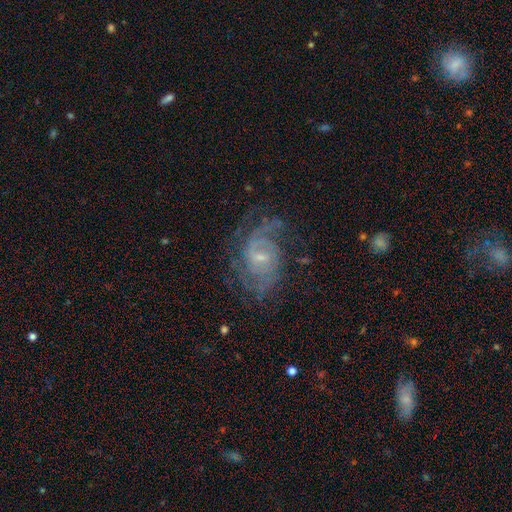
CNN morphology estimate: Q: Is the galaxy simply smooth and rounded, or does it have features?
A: featured or disk — 78%.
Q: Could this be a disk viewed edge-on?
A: no — 97%.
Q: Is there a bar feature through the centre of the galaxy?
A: weak — 45%, tied with no.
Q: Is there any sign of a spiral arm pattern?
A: yes — 95%.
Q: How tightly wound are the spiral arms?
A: medium — 45%.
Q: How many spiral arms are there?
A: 2 — 49%.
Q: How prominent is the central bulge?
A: small — 61%.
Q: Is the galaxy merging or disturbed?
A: none — 72%.